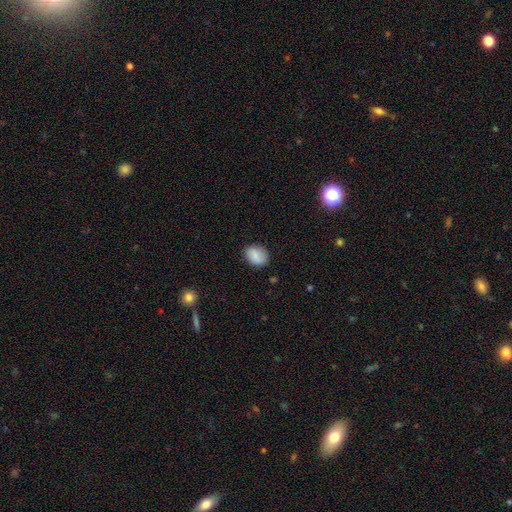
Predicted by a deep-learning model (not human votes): Overall: smooth (83%). How rounded: in between (50%; round 49%). Merging: none (80%).